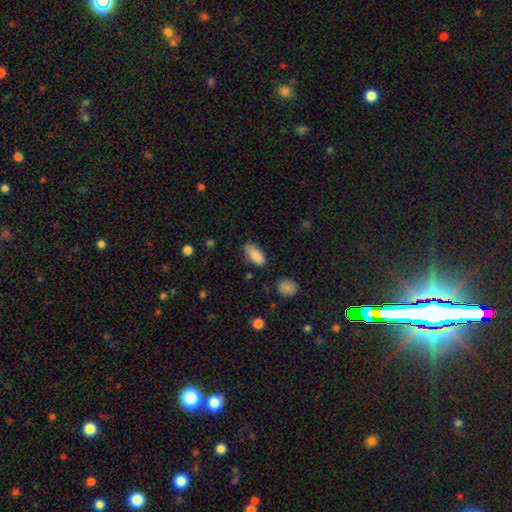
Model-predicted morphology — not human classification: smooth 86%, star or artifact 7%, featured or disk 7%. Down the decision tree: how rounded — in between (89%); merging — none (70%).